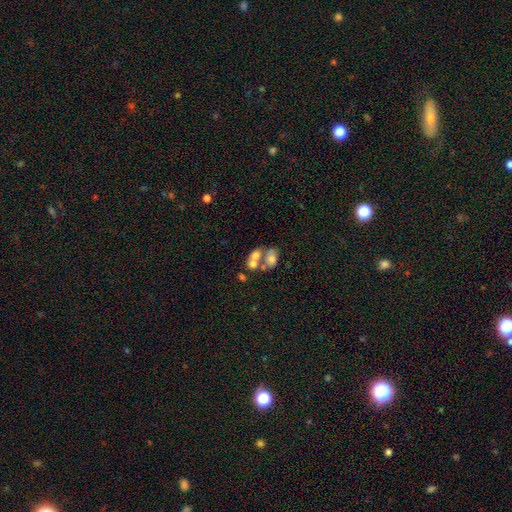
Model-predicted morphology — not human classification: smooth_or_featured: smooth (p=0.61) [alt: featured or disk p=0.28]
how_rounded: in between (p=0.72) [alt: round p=0.26]
merging: merger (p=0.63) [alt: none p=0.22]